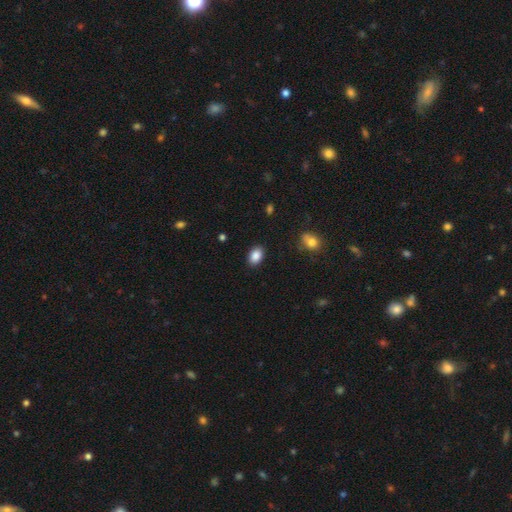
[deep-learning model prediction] This appears to be a smooth galaxy with no disk features (88%) that is in between round and cigar-shaped (83%). Merging: none (88%).